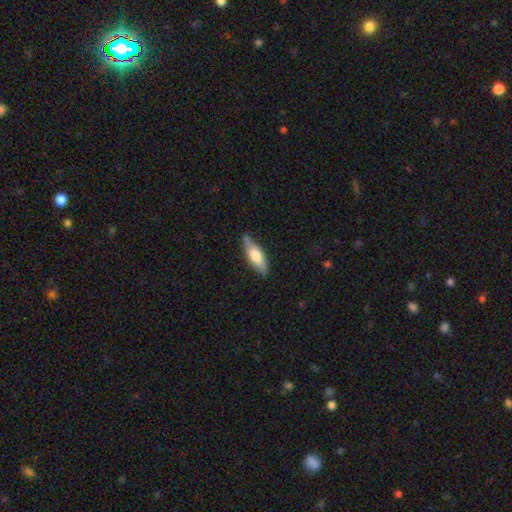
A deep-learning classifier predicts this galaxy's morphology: Smooth or featured? Predicted: smooth (p=0.66). How rounded? Predicted: in between (p=0.53). Merging? Predicted: none (p=0.79).